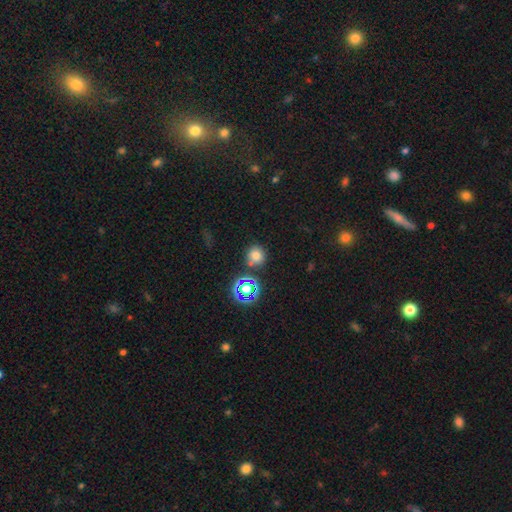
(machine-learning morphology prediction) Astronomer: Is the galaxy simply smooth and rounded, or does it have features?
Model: smooth — 71%.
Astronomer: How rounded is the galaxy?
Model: round — 84%.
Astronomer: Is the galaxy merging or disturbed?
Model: none — 70%.